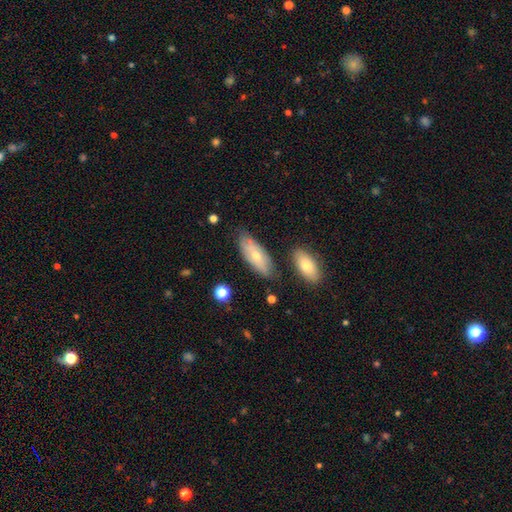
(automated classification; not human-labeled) Smooth or featured? smooth (56%)
How rounded? in between (80%)
Merging? none (70%)